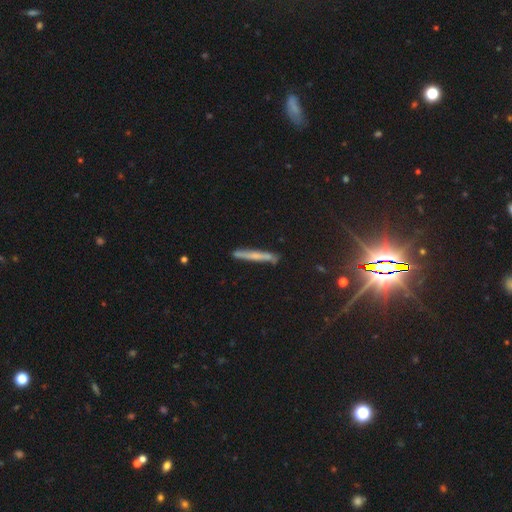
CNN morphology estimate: smooth-or-featured: smooth: 48% | featured or disk: 42% | star or artifact: 9%
  merging: none: 82% | minor disturbance: 13% | merger: 3% | major disturbance: 2%